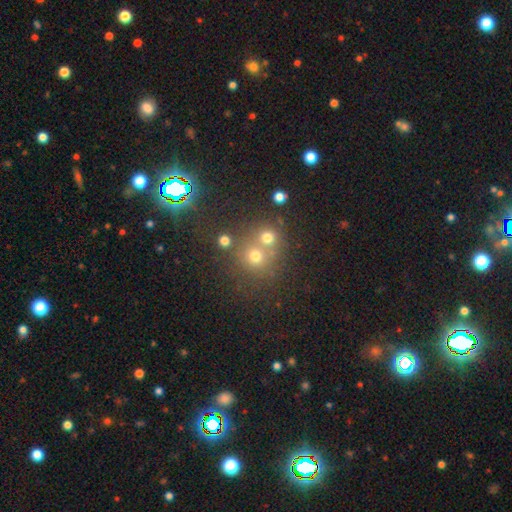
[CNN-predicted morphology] Smooth or featured? smooth (64%)
How rounded? round (87%)
Merging? none (53%)